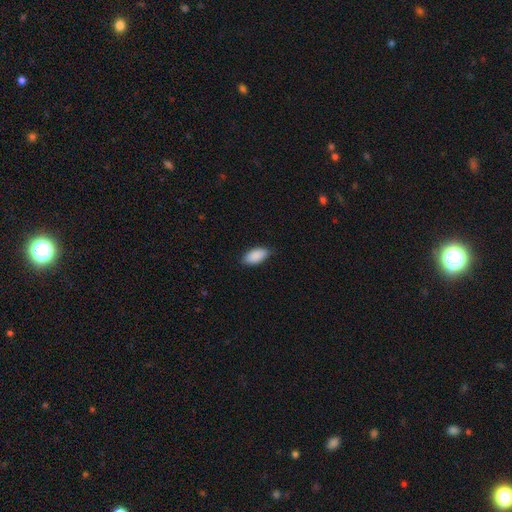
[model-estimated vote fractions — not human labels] A smooth galaxy with no disk features (90%) that is in between round and cigar-shaped (93%).

Vote fractions:
- Smooth or featured? smooth: 90% / star or artifact: 6% / featured or disk: 4%
- How rounded? in between: 93% / cigar-shaped: 5% / round: 2%
- Merging? none: 82% / minor disturbance: 15% / major disturbance: 2% / merger: 1%